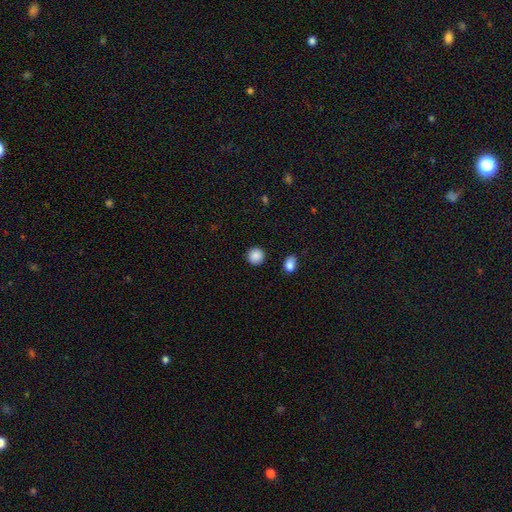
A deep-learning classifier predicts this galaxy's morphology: A smooth galaxy with no disk features (88%) that is round (93%). Merging: none (92%).